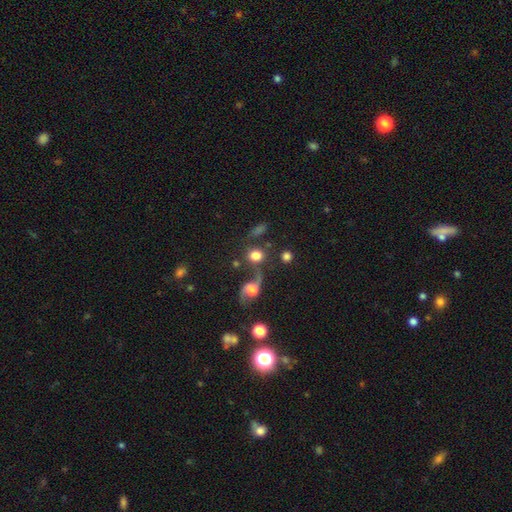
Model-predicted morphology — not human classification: smooth 71%, featured or disk 18%, star or artifact 11%. Down the decision tree: how rounded — round (72%); merging — none (53%).